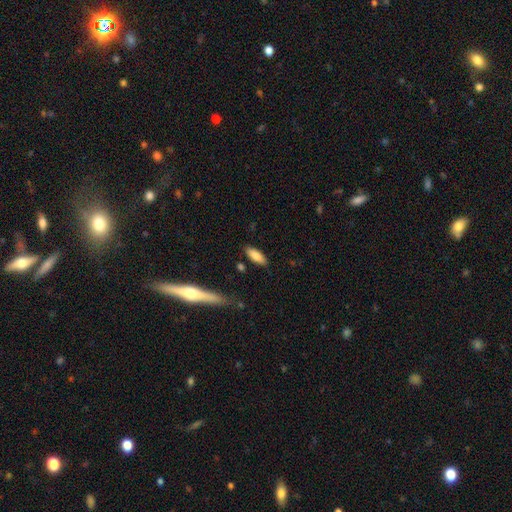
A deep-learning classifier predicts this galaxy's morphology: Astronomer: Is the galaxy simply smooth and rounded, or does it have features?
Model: smooth — 84%.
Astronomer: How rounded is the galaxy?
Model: in between — 72%.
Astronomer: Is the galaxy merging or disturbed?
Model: none — 84%.